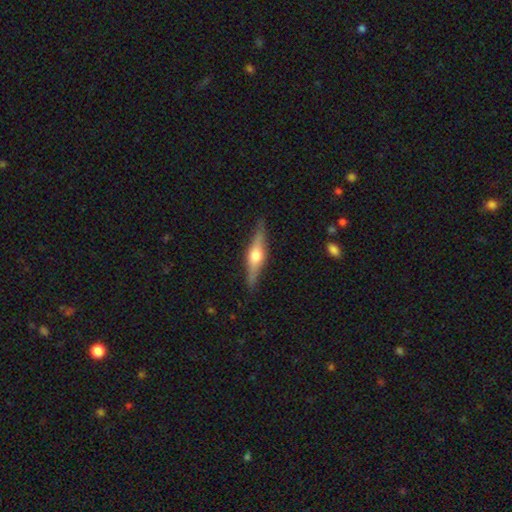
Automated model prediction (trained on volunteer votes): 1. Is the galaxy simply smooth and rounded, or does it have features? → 70% featured or disk, 25% smooth, 6% star or artifact.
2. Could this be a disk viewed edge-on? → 96% yes, 4% no.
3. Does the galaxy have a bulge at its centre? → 93% rounded, 5% boxy, 2% none.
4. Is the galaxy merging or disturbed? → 89% none, 9% minor disturbance, 2% major disturbance, 1% merger.